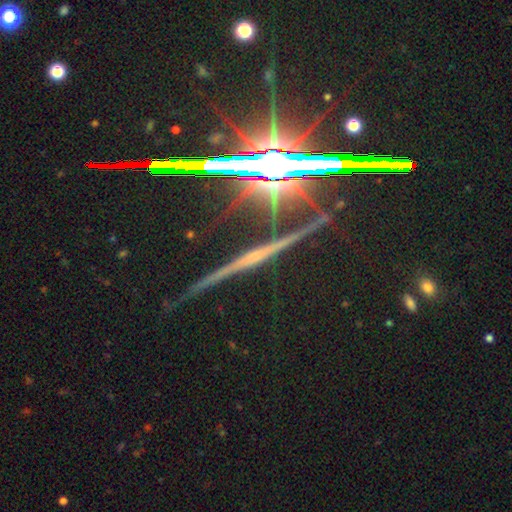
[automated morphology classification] Smooth or featured? Predicted: featured or disk (p=0.52). Edge-on disk? Predicted: yes (p=0.93). Merging? Predicted: none (p=0.85).